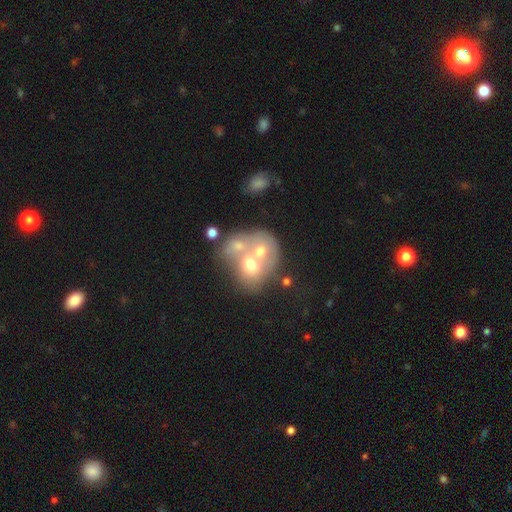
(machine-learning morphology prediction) Overall: featured or disk (45%; smooth 44%). Merging: merger (77%).